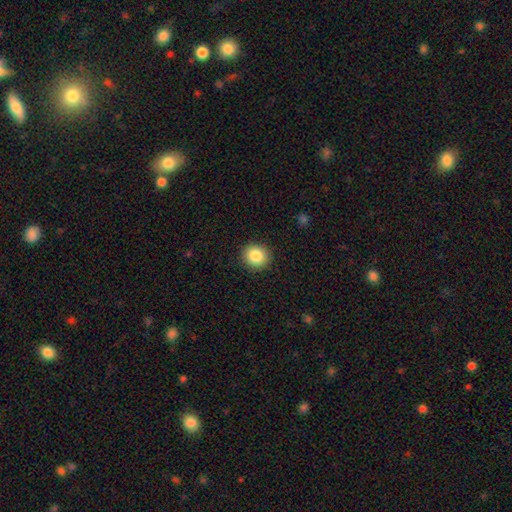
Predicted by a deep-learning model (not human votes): Q: Smooth or featured?
A: smooth (86%); runner-up: star or artifact (9%)
Q: How rounded?
A: round (88%); runner-up: in between (11%)
Q: Merging?
A: none (91%); runner-up: minor disturbance (6%)